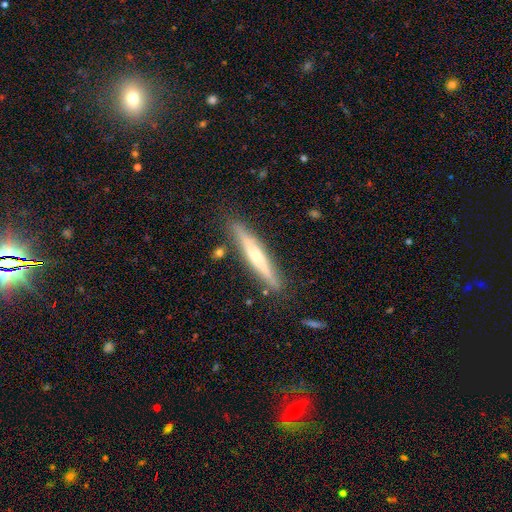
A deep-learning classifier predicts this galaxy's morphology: Smooth or featured?
  - featured or disk: 60% *
  - smooth: 34%
  - star or artifact: 6%
Edge-on disk?
  - yes: 95% *
  - no: 5%
Edge-on bulge?
  - rounded: 69% *
  - none: 23%
  - boxy: 8%
Merging?
  - none: 86% *
  - minor disturbance: 10%
  - merger: 3%
  - major disturbance: 2%